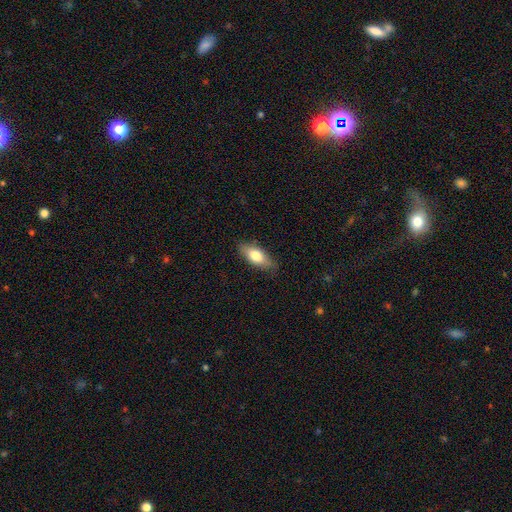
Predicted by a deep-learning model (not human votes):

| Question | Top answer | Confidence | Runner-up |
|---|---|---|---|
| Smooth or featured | smooth | 75% | featured or disk (19%) |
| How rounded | in between | 82% | cigar-shaped (15%) |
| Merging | none | 83% | minor disturbance (14%) |